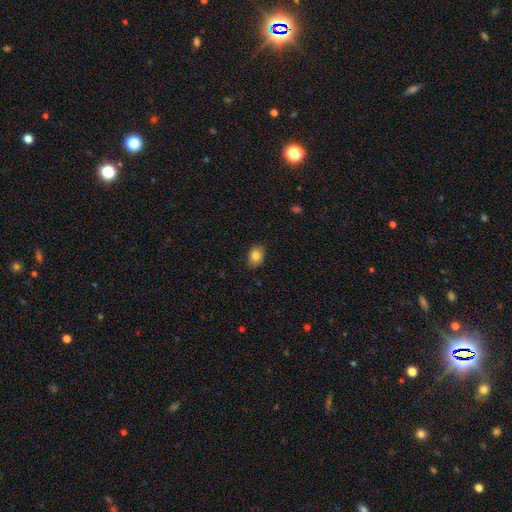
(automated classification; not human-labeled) smooth_or_featured: smooth (p=0.84) [alt: star or artifact p=0.09]
how_rounded: in between (p=0.72) [alt: round p=0.27]
merging: none (p=0.86) [alt: minor disturbance p=0.11]